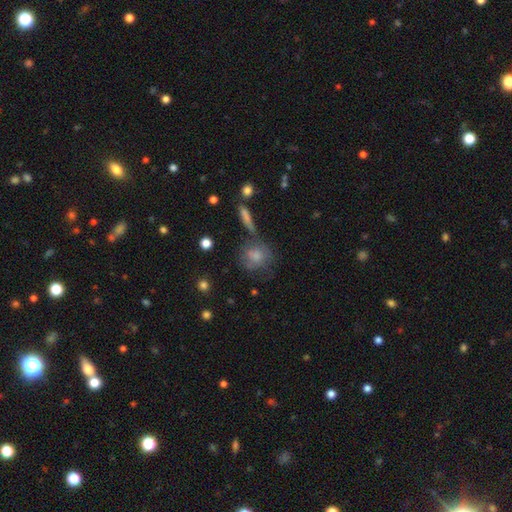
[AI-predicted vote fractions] A smooth galaxy with no disk features (71%) that is round (72%).

Vote fractions:
- Smooth or featured? smooth: 71% / featured or disk: 19% / star or artifact: 10%
- How rounded? round: 72% / in between: 25% / cigar-shaped: 3%
- Merging? none: 49% / minor disturbance: 21% / major disturbance: 15% / merger: 15%